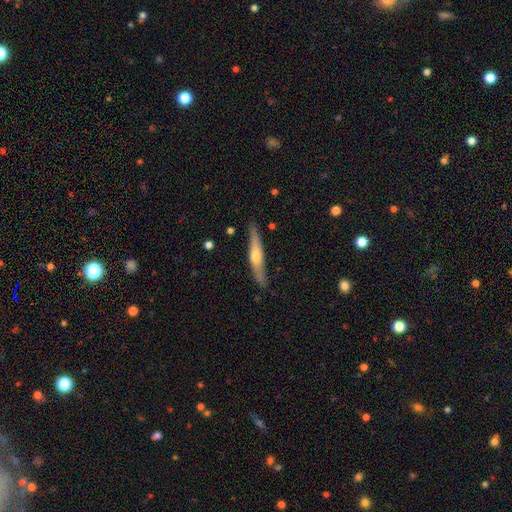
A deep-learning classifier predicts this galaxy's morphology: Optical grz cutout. It shows a featured or disk galaxy (56%) viewed edge-on (93%) with a rounded central bulge (89%). Merging: none (86%).